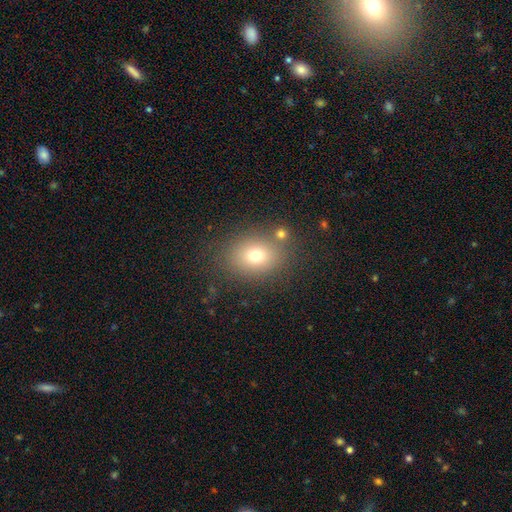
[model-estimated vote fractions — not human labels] The model was most divided on "how rounded": in between: 56%, round: 43%, cigar-shaped: 1%. More confident: merging — none (77%); smooth or featured — smooth (73%).